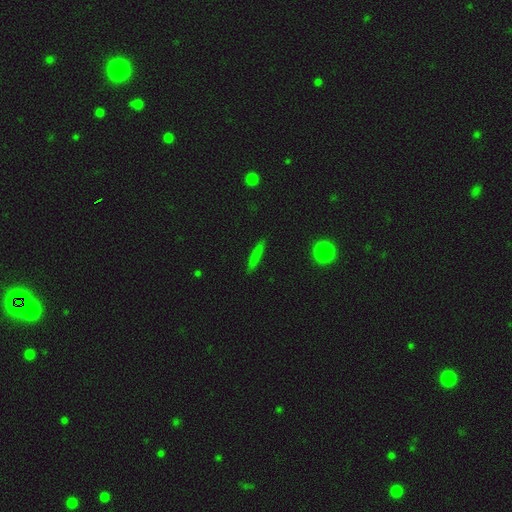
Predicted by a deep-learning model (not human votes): smooth-or-featured: smooth: 75% | featured or disk: 16% | star or artifact: 9%
  how-rounded: cigar-shaped: 89% | in between: 8% | round: 3%
  merging: none: 88% | minor disturbance: 9% | major disturbance: 2% | merger: 1%